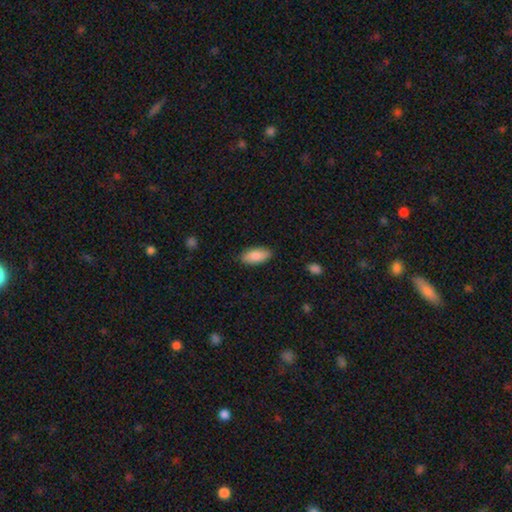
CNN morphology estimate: smooth 85%, featured or disk 9%, star or artifact 6%. Down the decision tree: how rounded — in between (88%); merging — none (87%).